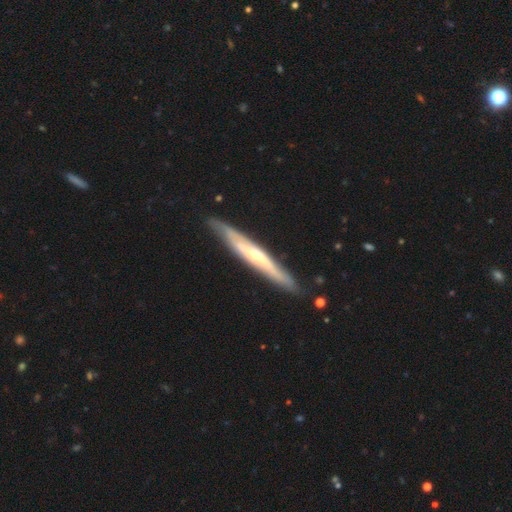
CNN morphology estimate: A featured or disk galaxy (71%) viewed edge-on (82%) with a rounded central bulge (61%). Merging: none (84%).